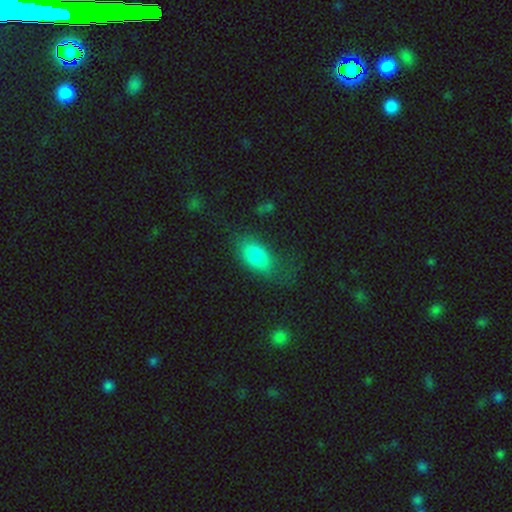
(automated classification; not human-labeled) Smooth or featured? smooth (80%)
How rounded? in between (89%)
Merging? none (57%)